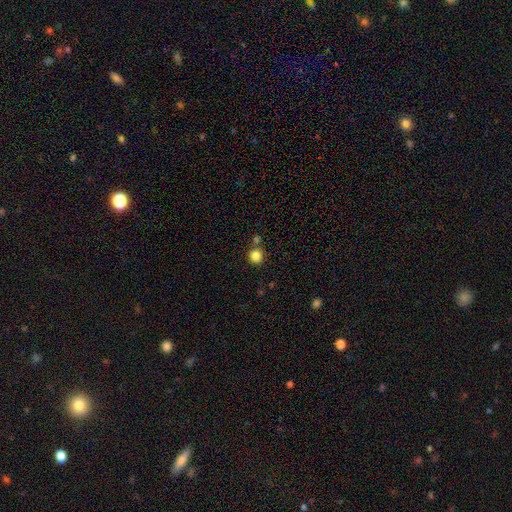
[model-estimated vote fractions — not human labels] A smooth galaxy with no disk features (84%) that is round (91%). Merging: none (79%).